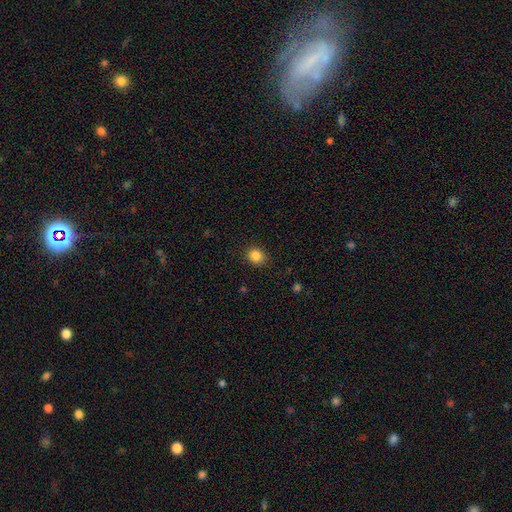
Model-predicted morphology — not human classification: Q: Smooth or featured?
A: smooth (85%); runner-up: star or artifact (10%)
Q: How rounded?
A: round (72%); runner-up: in between (28%)
Q: Merging?
A: none (88%); runner-up: minor disturbance (9%)